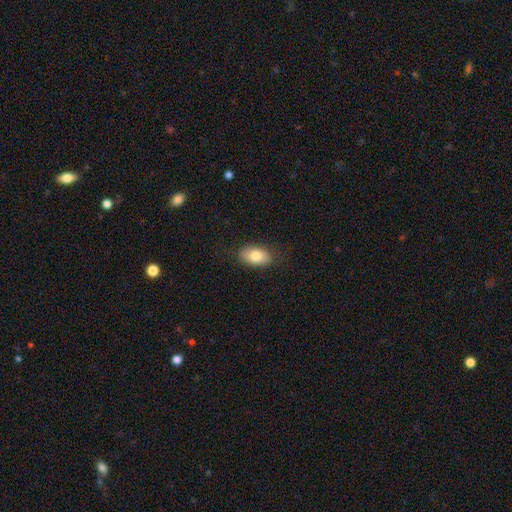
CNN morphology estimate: smooth-or-featured: smooth: 81% | featured or disk: 12% | star or artifact: 7%
  how-rounded: in between: 91% | round: 7% | cigar-shaped: 2%
  merging: none: 84% | minor disturbance: 12% | major disturbance: 3% | merger: 1%